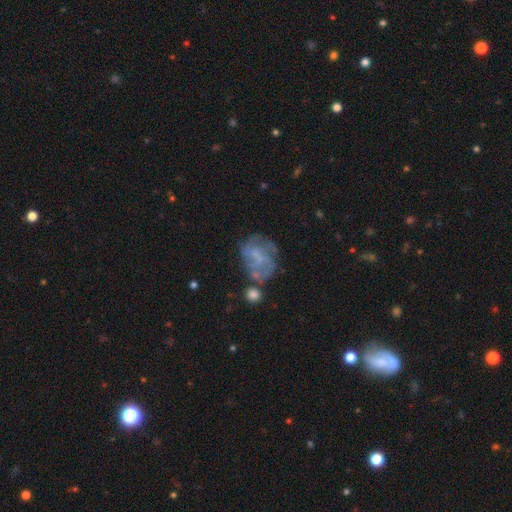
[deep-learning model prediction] This appears to be a featured or disk galaxy (60%) with no bar (60%), spiral arms (60%) and no central bulge (53%). Merging: none (47%).